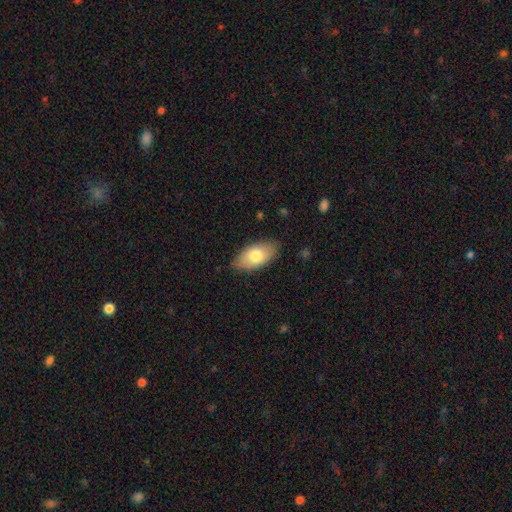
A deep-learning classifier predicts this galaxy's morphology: A smooth galaxy with no disk features (75%) that is in between round and cigar-shaped (93%).

Vote fractions:
- Smooth or featured? smooth: 75% / featured or disk: 19% / star or artifact: 6%
- How rounded? in between: 93% / round: 4% / cigar-shaped: 3%
- Merging? none: 81% / minor disturbance: 15% / major disturbance: 3% / merger: 1%